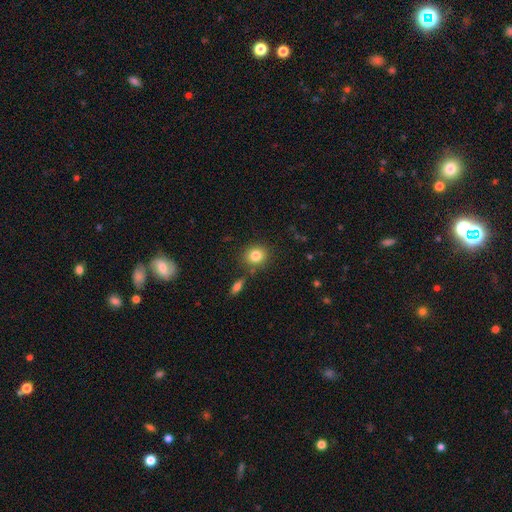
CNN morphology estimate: A smooth galaxy with no disk features (83%) that is round (78%).

Vote fractions:
- Smooth or featured? smooth: 83% / star or artifact: 10% / featured or disk: 7%
- How rounded? round: 78% / in between: 21% / cigar-shaped: 1%
- Merging? none: 80% / minor disturbance: 10% / merger: 7% / major disturbance: 3%